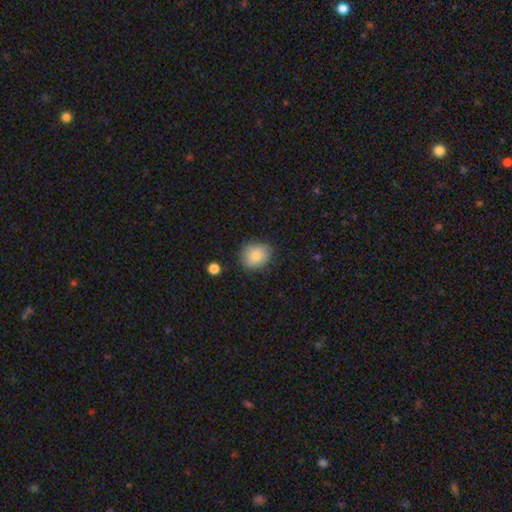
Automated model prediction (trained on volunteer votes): This appears to be a smooth galaxy with no disk features (79%) that is round (65%). Merging: none (77%).